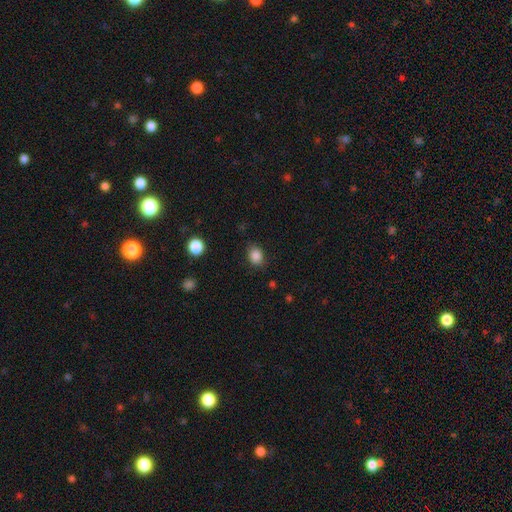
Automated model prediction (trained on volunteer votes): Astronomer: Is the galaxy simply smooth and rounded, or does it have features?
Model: smooth — 86%.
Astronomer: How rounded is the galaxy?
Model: in between — 50% (runner-up: round, 49%).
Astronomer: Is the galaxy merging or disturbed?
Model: none — 79%.